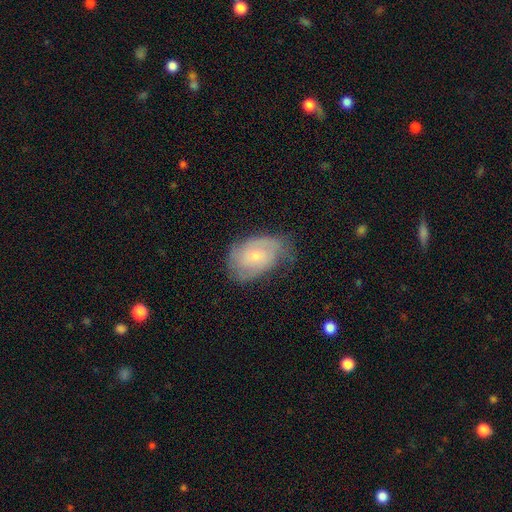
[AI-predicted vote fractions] featured or disk 62%, smooth 31%, star or artifact 7%. Down the decision tree: edge-on disk — no (97%); bar — no (66%); spiral arms — yes (87%); spiral arm count — 2 (44%); spiral winding — tight (47%); bulge size — small (69%); merging — none (56%).